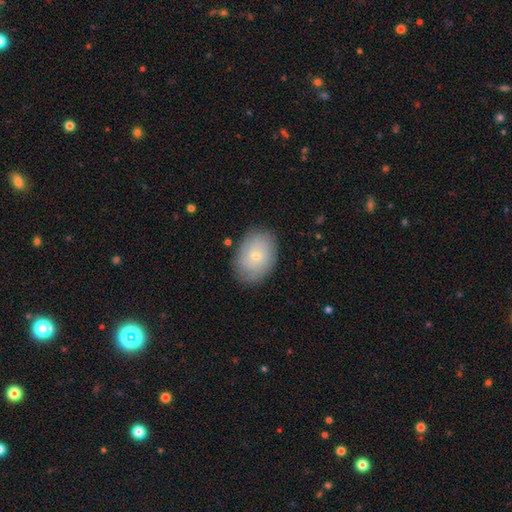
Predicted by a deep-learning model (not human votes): A smooth galaxy with no disk features (58%) that is in between round and cigar-shaped (76%).

Vote fractions:
- Smooth or featured? smooth: 58% / featured or disk: 34% / star or artifact: 8%
- How rounded? in between: 76% / round: 23% / cigar-shaped: 1%
- Merging? none: 83% / minor disturbance: 12% / major disturbance: 3% / merger: 1%